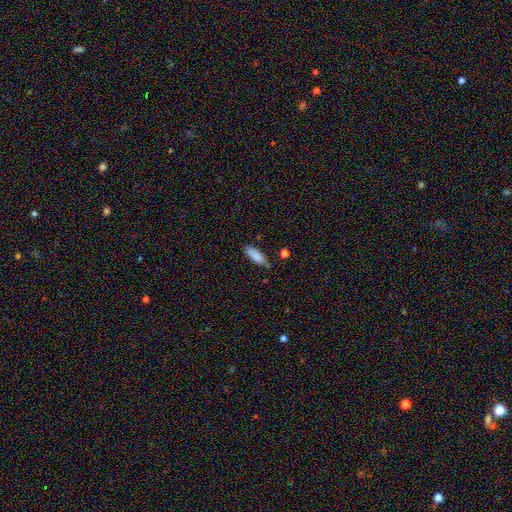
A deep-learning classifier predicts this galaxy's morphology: Overall: smooth (83%). How rounded: in between (54%; cigar-shaped 44%). Merging: none (69%).